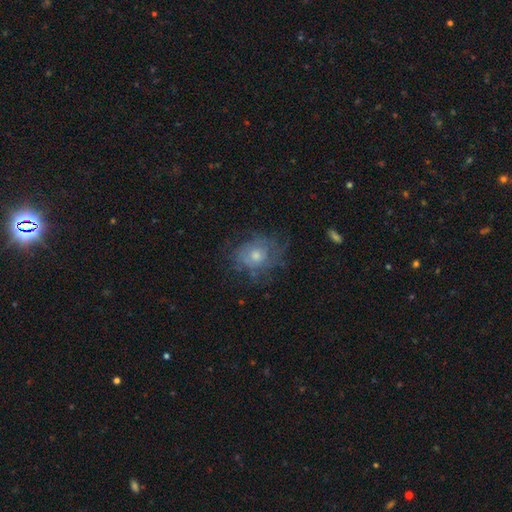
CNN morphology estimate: Overall: featured or disk (52%; smooth 35%). Edge-on disk: no (96%). Merging: none (65%).